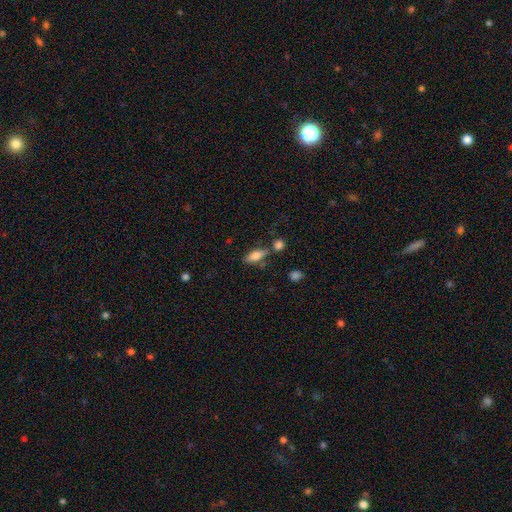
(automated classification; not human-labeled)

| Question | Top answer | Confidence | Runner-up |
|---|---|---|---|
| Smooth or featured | smooth | 77% | featured or disk (15%) |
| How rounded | in between | 76% | cigar-shaped (20%) |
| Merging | none | 66% | minor disturbance (16%) |